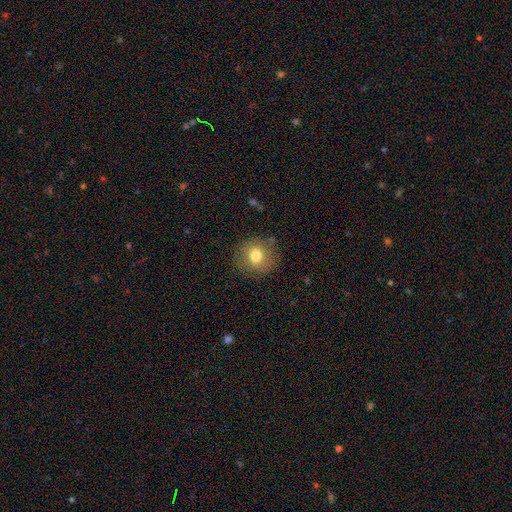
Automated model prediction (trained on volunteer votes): Overall: smooth (76%). How rounded: round (87%). Merging: none (86%).